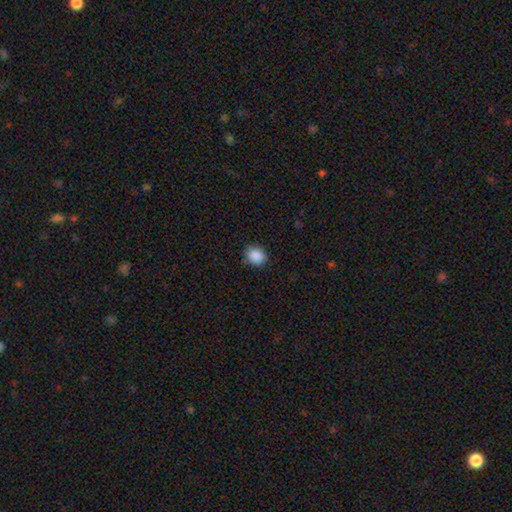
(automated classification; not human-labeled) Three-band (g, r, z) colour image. It shows a smooth galaxy with no disk features (89%) that is round (56%). Merging: none (86%).